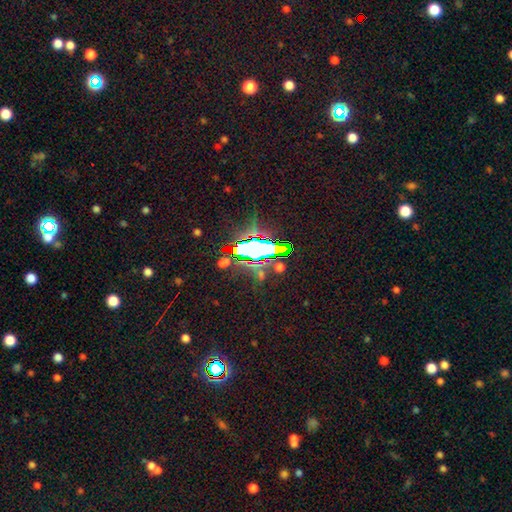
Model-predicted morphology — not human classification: Smooth or featured: star or artifact — 66% (smooth — 21%)